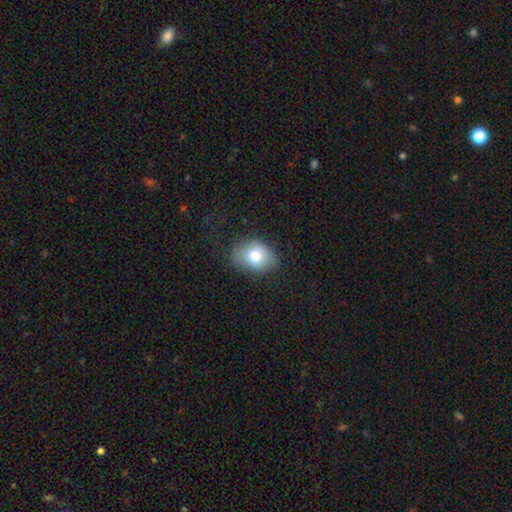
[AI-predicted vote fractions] A smooth galaxy with no disk features (76%) that is in between round and cigar-shaped (67%). Merging: none (67%).